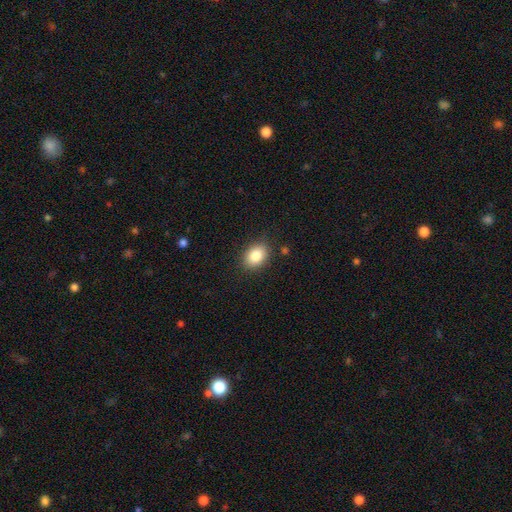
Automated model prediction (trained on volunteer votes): Smooth or featured? Predicted: smooth (p=0.84). How rounded? Predicted: in between (p=0.69). Merging? Predicted: none (p=0.85).